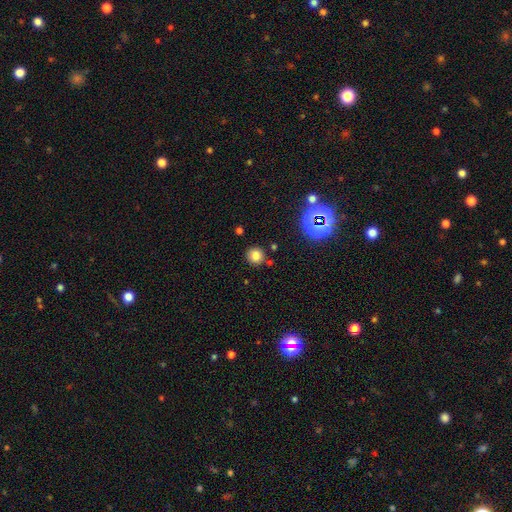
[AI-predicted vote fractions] A smooth galaxy with no disk features (76%) that is round (92%).

Vote fractions:
- Smooth or featured? smooth: 76% / star or artifact: 17% / featured or disk: 7%
- How rounded? round: 92% / in between: 7% / cigar-shaped: 1%
- Merging? none: 84% / minor disturbance: 8% / merger: 6% / major disturbance: 3%